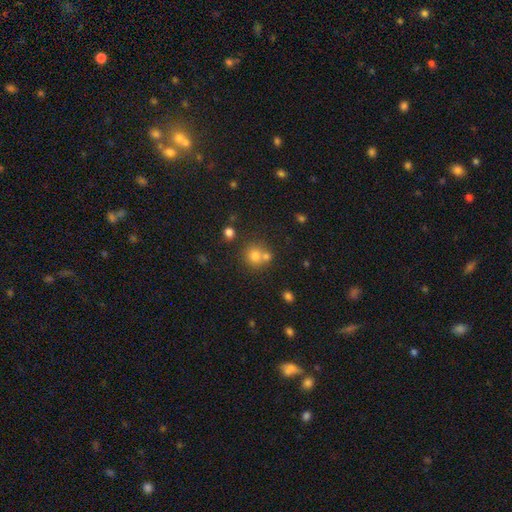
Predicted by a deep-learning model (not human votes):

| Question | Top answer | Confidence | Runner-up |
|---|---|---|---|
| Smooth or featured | smooth | 72% | star or artifact (16%) |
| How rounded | round | 87% | in between (12%) |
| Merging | none | 52% | merger (37%) |